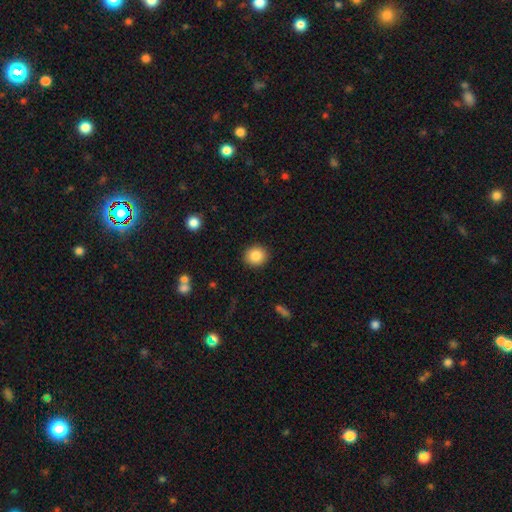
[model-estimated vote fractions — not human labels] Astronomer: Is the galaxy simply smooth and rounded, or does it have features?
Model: smooth — 85%.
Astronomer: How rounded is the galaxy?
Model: round — 81%.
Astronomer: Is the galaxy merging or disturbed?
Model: none — 91%.